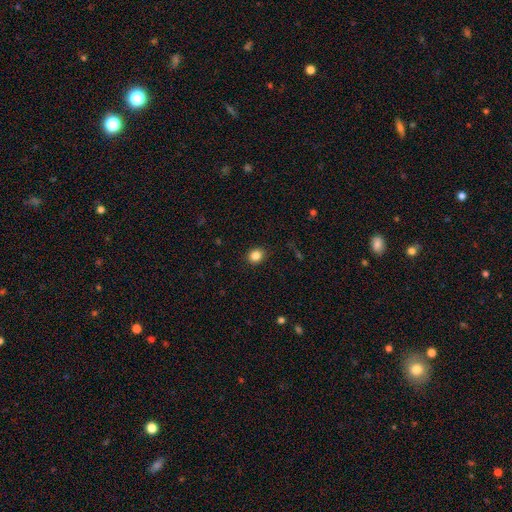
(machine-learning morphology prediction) type=smooth (85%); roundness=round (66%); merging=none (89%).